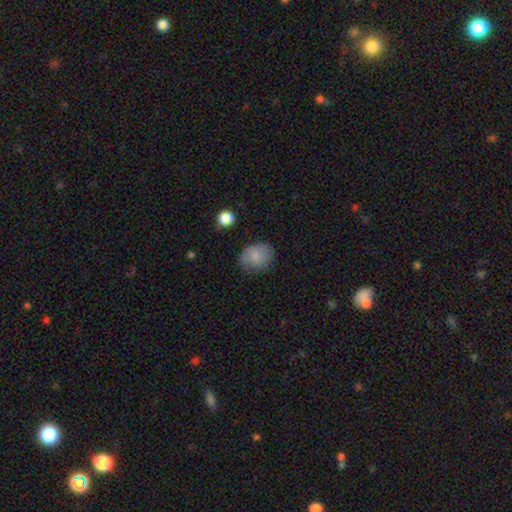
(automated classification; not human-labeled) Morphology: type=smooth (83%); roundness=round (52%); merging=none (70%).